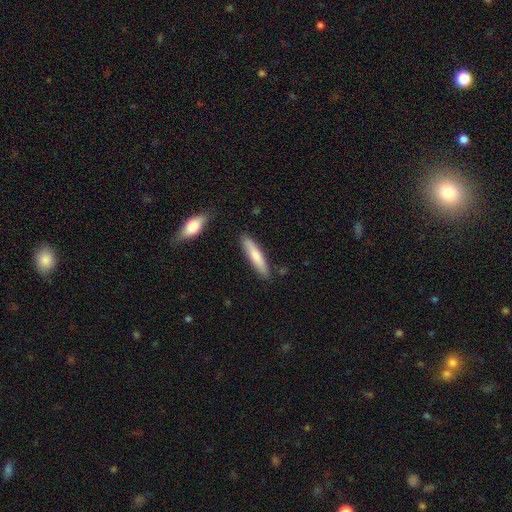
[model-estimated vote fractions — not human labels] Q: Smooth or featured?
A: smooth (74%); runner-up: featured or disk (21%)
Q: How rounded?
A: cigar-shaped (85%); runner-up: in between (14%)
Q: Merging?
A: none (84%); runner-up: minor disturbance (11%)